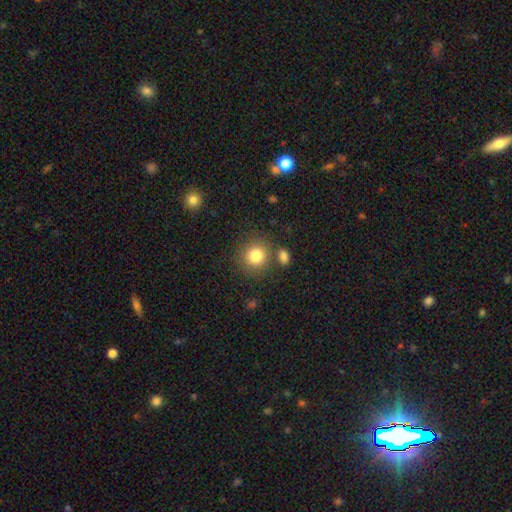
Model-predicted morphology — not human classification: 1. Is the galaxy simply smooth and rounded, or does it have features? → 83% smooth, 10% star or artifact, 7% featured or disk.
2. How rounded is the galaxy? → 88% round, 11% in between, 1% cigar-shaped.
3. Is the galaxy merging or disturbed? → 77% none, 10% merger, 10% minor disturbance, 4% major disturbance.